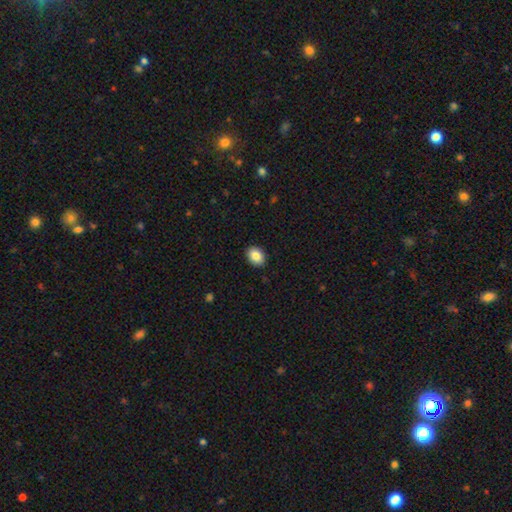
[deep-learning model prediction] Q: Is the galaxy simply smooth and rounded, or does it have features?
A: smooth — 87%.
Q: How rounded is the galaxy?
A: in between — 68%.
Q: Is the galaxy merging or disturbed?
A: none — 90%.